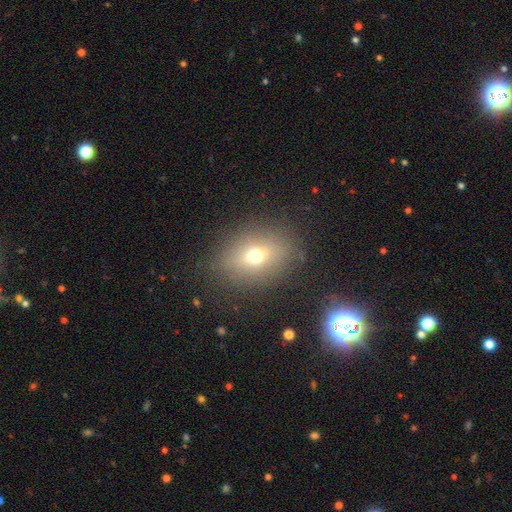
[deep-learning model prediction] Q: Smooth or featured?
A: smooth (64%); runner-up: featured or disk (20%)
Q: How rounded?
A: in between (64%); runner-up: round (34%)
Q: Merging?
A: none (83%); runner-up: minor disturbance (11%)